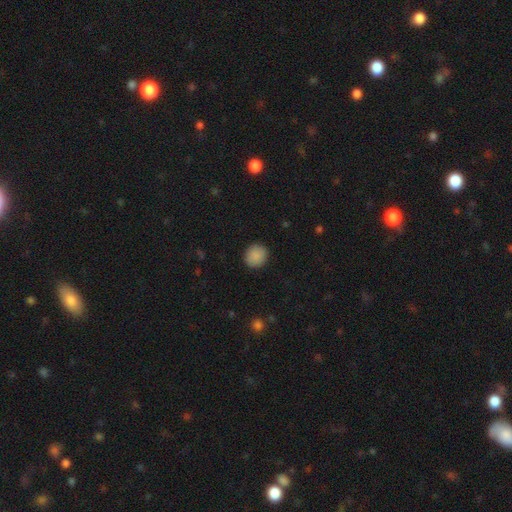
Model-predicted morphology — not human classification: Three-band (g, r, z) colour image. It shows a smooth galaxy with no disk features (89%) that is round (84%). Merging: none (90%).